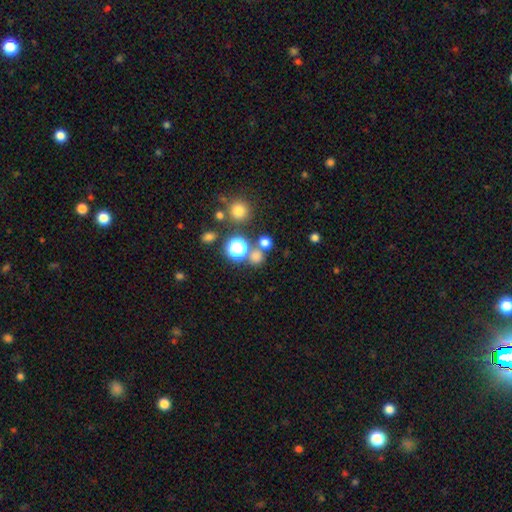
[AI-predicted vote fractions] Overall: smooth (67%). How rounded: round (87%). Merging: none (69%).